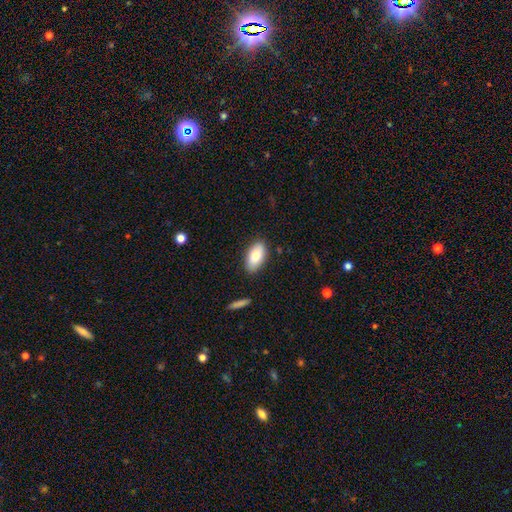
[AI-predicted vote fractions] This appears to be a smooth galaxy with no disk features (79%) that is in between round and cigar-shaped (92%). Merging: none (86%).